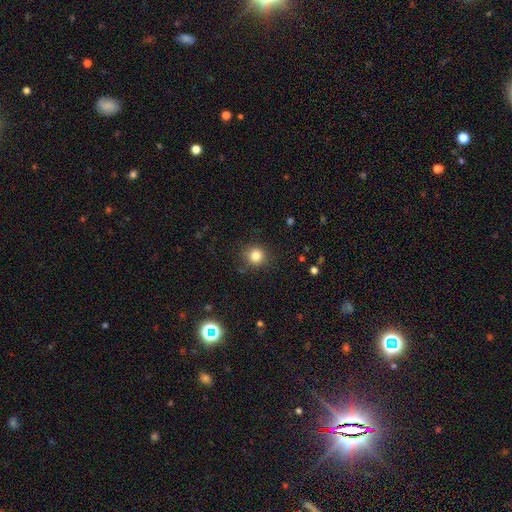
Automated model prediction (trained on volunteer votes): smooth_or_featured: smooth (p=0.83) [alt: star or artifact p=0.12]
how_rounded: round (p=0.89) [alt: in between p=0.10]
merging: none (p=0.87) [alt: minor disturbance p=0.09]